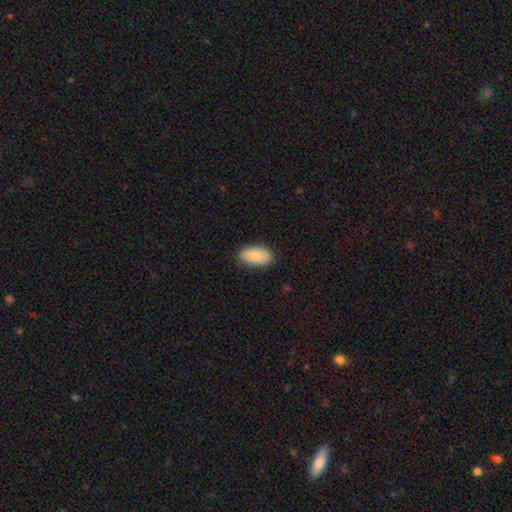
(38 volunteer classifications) smooth 87%, featured or disk 8%, star or artifact 5%. Down the decision tree: how rounded — in between (97%); merging — none (81%).